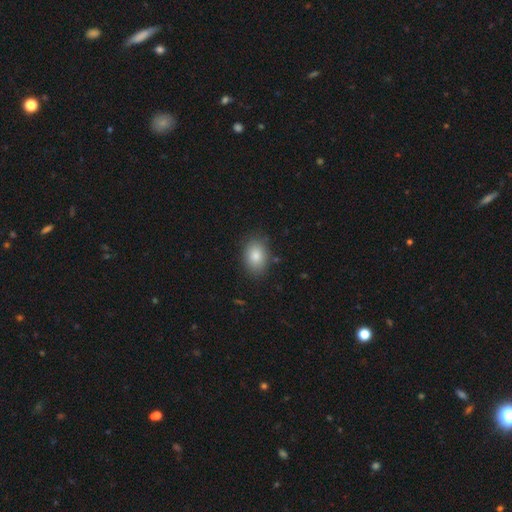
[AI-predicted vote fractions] A smooth galaxy with no disk features (84%) that is in between round and cigar-shaped (77%).

Vote fractions:
- Smooth or featured? smooth: 84% / star or artifact: 8% / featured or disk: 8%
- How rounded? in between: 77% / round: 22% / cigar-shaped: 1%
- Merging? none: 83% / minor disturbance: 12% / major disturbance: 3% / merger: 1%